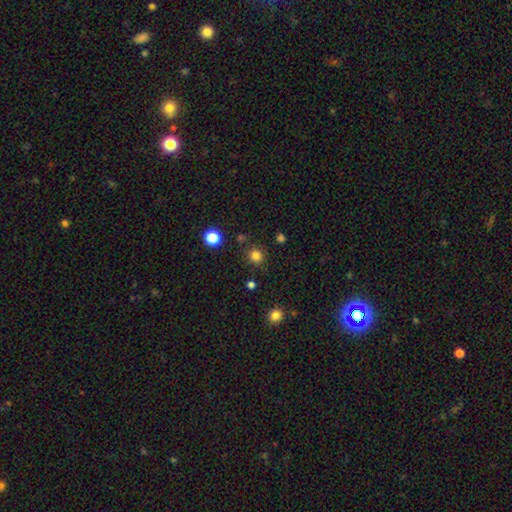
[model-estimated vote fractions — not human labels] Smooth or featured: smooth — 81% (star or artifact — 15%)
How rounded: round — 92% (in between — 7%)
Merging: none — 86% (minor disturbance — 8%)